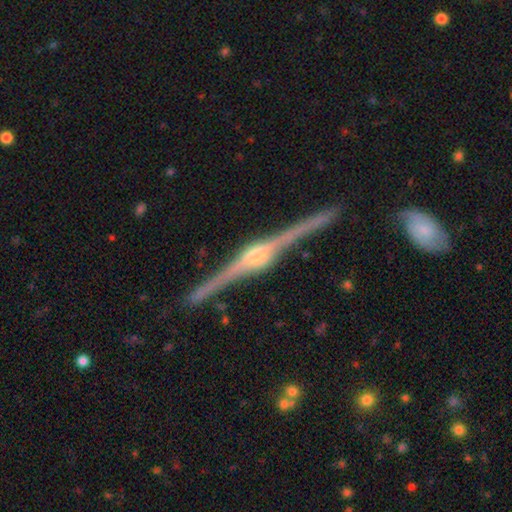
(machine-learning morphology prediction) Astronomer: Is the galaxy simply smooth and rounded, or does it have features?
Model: featured or disk — 90%.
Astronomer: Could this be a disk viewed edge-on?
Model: yes — 98%.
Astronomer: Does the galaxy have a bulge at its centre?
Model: rounded — 82%.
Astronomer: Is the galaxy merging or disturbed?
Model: none — 88%.